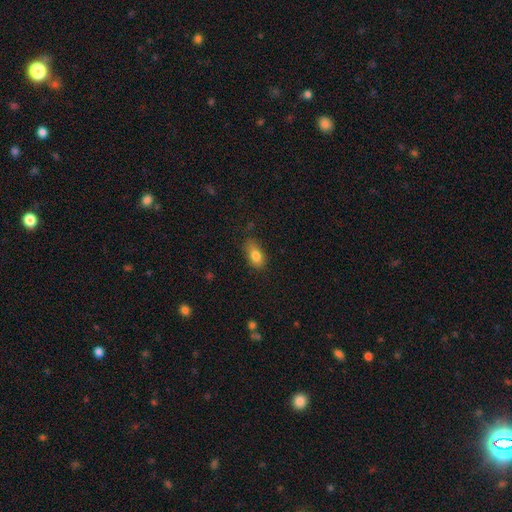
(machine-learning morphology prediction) Q: Smooth or featured?
A: smooth (82%); runner-up: featured or disk (9%)
Q: How rounded?
A: in between (87%); runner-up: round (9%)
Q: Merging?
A: none (70%); runner-up: minor disturbance (23%)